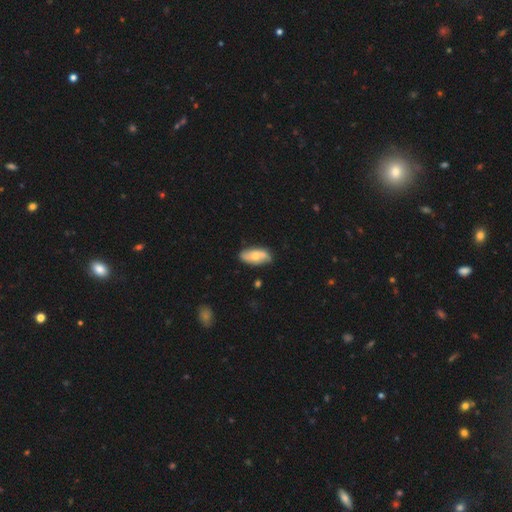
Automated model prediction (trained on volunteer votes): The model was most divided on "smooth or featured": smooth: 53%, featured or disk: 41%, star or artifact: 6%. More confident: how rounded — in between (87%); merging — none (76%).